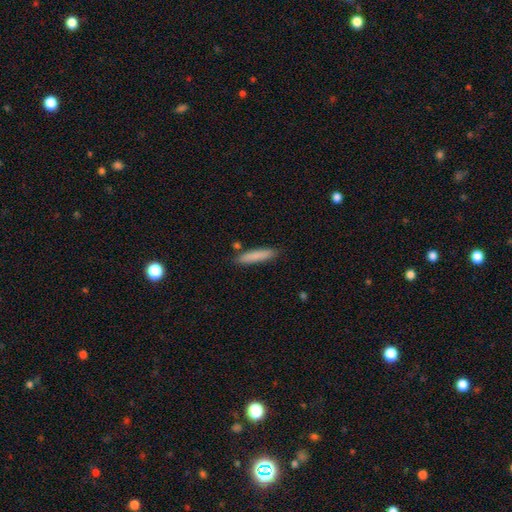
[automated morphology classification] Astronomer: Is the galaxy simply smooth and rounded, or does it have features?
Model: smooth — 83%.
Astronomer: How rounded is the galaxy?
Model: cigar-shaped — 88%.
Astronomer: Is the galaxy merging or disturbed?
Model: none — 85%.